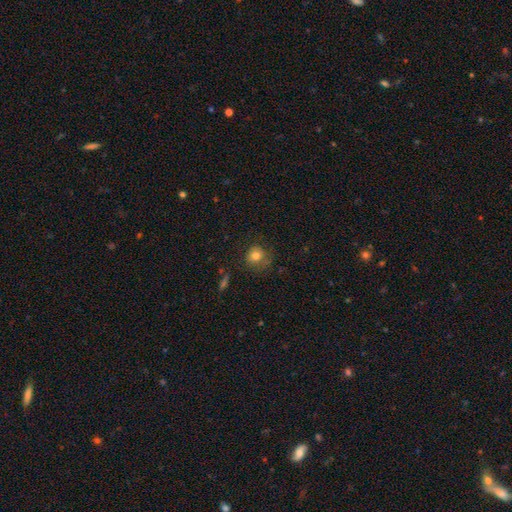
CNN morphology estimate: Smooth or featured: smooth — 78% (star or artifact — 11%)
How rounded: round — 85% (in between — 14%)
Merging: none — 70% (minor disturbance — 20%)